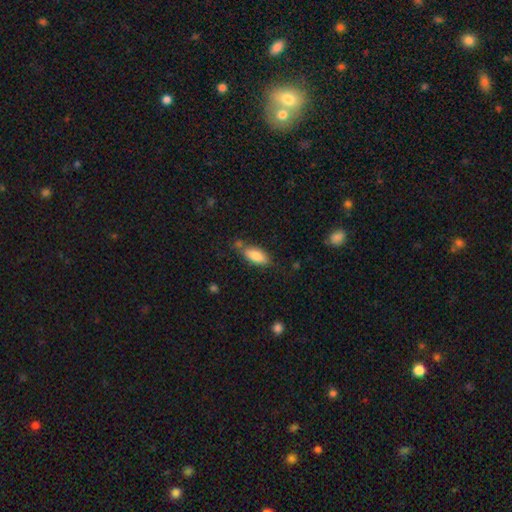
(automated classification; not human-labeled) smooth_or_featured: smooth (p=0.83) [alt: featured or disk p=0.10]
how_rounded: in between (p=0.81) [alt: cigar-shaped p=0.16]
merging: none (p=0.65) [alt: minor disturbance p=0.21]